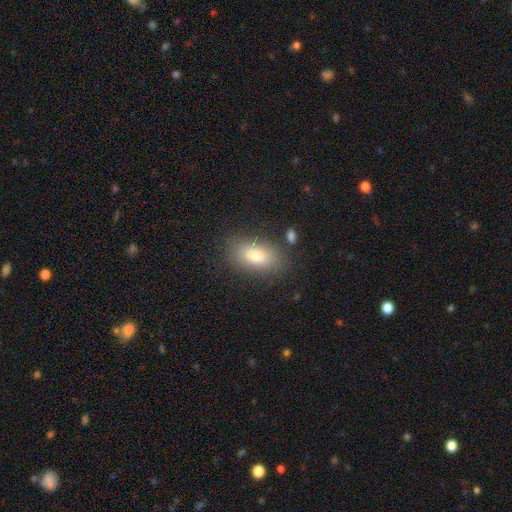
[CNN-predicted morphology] A smooth galaxy with no disk features (78%) that is in between round and cigar-shaped (89%).

Vote fractions:
- Smooth or featured? smooth: 78% / featured or disk: 13% / star or artifact: 9%
- How rounded? in between: 89% / round: 8% / cigar-shaped: 3%
- Merging? none: 81% / minor disturbance: 12% / major disturbance: 4% / merger: 4%